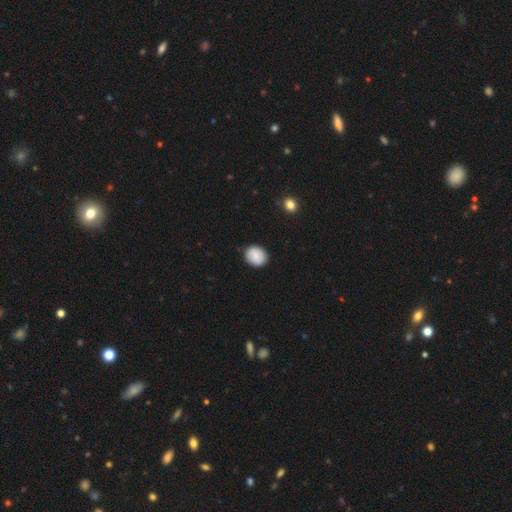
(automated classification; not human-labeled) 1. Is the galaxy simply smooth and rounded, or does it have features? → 82% smooth, 11% featured or disk, 7% star or artifact.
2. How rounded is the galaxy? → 63% round, 36% in between, 1% cigar-shaped.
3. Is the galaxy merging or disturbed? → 87% none, 10% minor disturbance, 2% major disturbance, 1% merger.